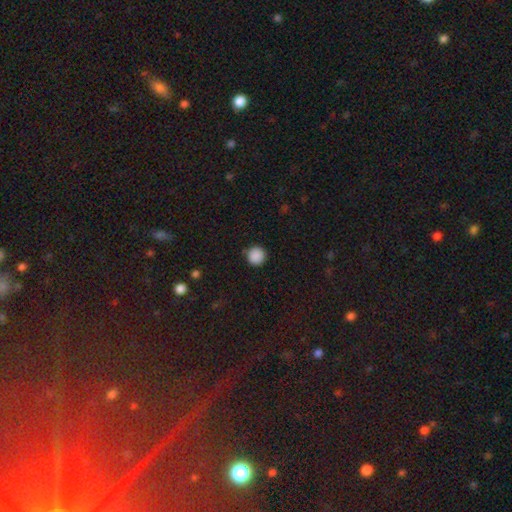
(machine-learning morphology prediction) Smooth or featured: smooth — 88% (star or artifact — 9%)
How rounded: round — 95% (in between — 4%)
Merging: none — 89% (minor disturbance — 7%)